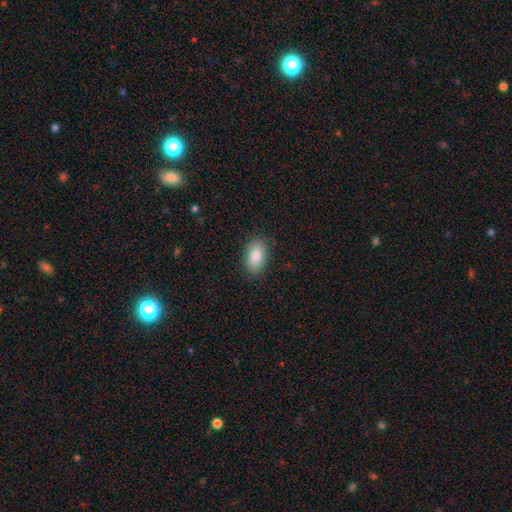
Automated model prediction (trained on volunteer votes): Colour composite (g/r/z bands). It shows a smooth galaxy with no disk features (85%) that is in between round and cigar-shaped (91%). Merging: none (86%).